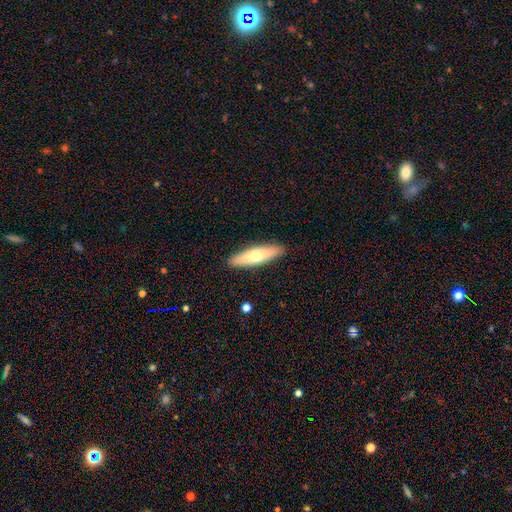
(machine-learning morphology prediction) type=smooth (62%); roundness=cigar-shaped (71%); merging=none (90%).